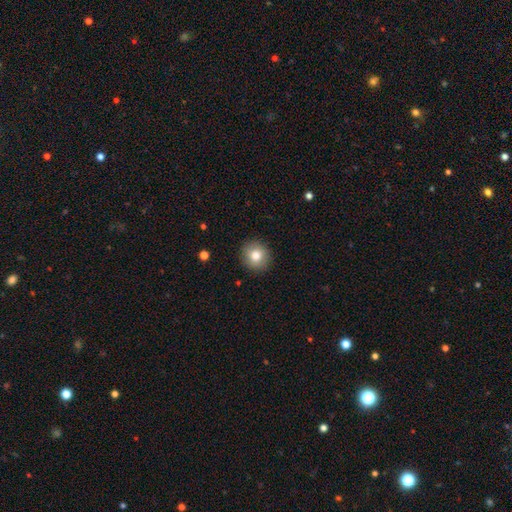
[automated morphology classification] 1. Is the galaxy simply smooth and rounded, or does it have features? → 81% smooth, 10% featured or disk, 9% star or artifact.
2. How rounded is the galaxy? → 90% round, 9% in between, 1% cigar-shaped.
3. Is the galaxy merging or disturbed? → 90% none, 7% minor disturbance, 2% major disturbance, 1% merger.